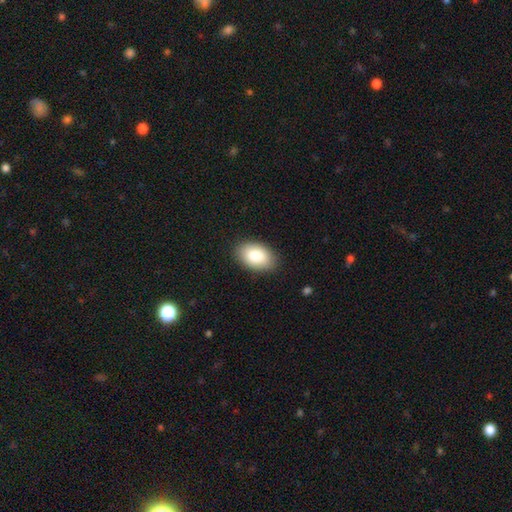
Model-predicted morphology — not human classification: Overall: smooth (85%). How rounded: in between (91%). Merging: none (87%).